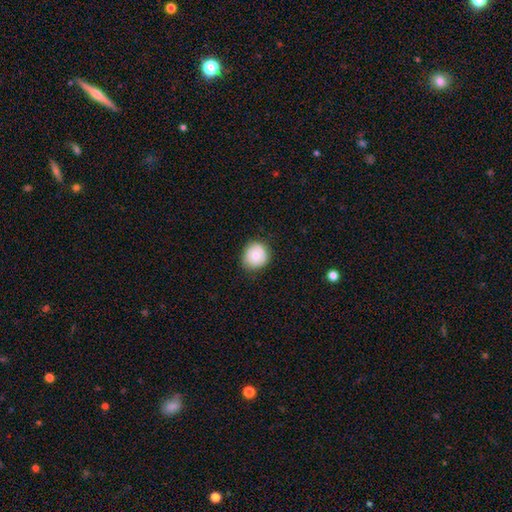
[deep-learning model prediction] Overall: smooth (67%). How rounded: round (88%). Merging: none (79%).